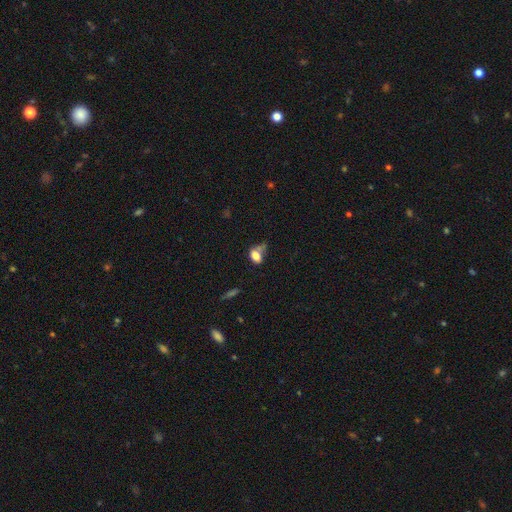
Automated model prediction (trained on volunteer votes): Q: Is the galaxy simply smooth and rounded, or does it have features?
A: smooth — 73%.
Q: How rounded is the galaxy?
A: in between — 80%.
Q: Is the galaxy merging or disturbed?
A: none — 32%.